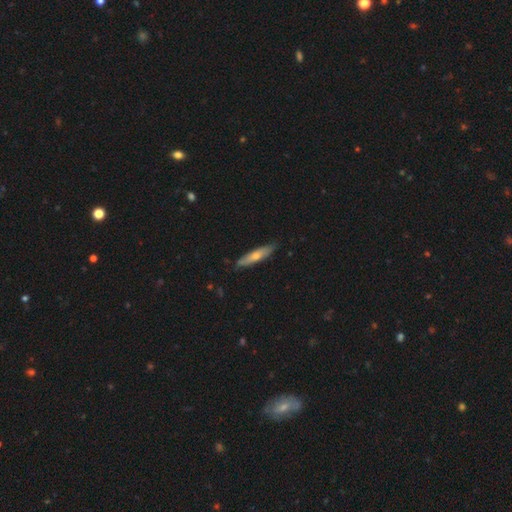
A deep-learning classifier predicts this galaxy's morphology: smooth 53%, featured or disk 41%, star or artifact 6%. Down the decision tree: how rounded — cigar-shaped (83%); merging — none (85%).